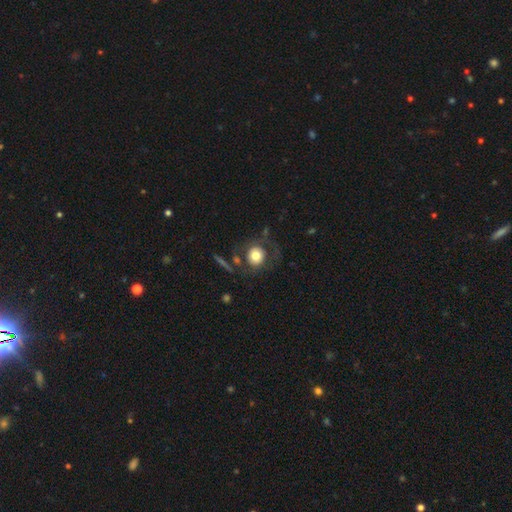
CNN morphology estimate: Q: Smooth or featured?
A: smooth (70%); runner-up: featured or disk (21%)
Q: How rounded?
A: round (85%); runner-up: in between (13%)
Q: Merging?
A: none (63%); runner-up: major disturbance (15%)